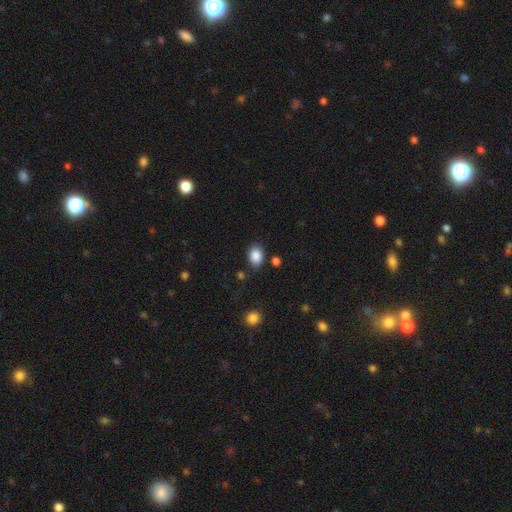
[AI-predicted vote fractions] A smooth galaxy with no disk features (88%) that is in between round and cigar-shaped (69%).

Vote fractions:
- Smooth or featured? smooth: 88% / star or artifact: 8% / featured or disk: 4%
- How rounded? in between: 69% / round: 30% / cigar-shaped: 1%
- Merging? none: 81% / minor disturbance: 12% / merger: 4% / major disturbance: 4%